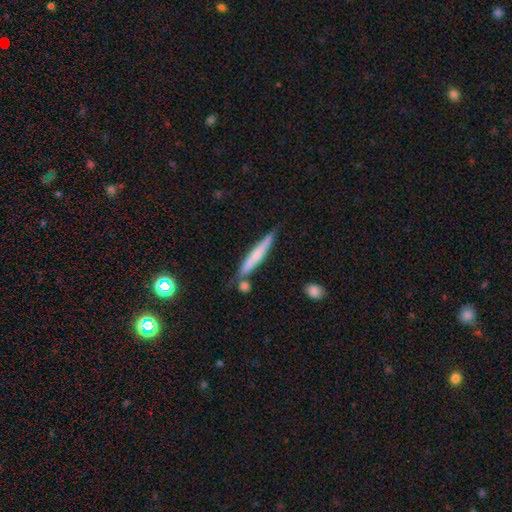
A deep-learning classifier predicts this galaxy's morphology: This appears to be a smooth galaxy with no disk features (52%) that is cigar-shaped (94%). Merging: none (72%).